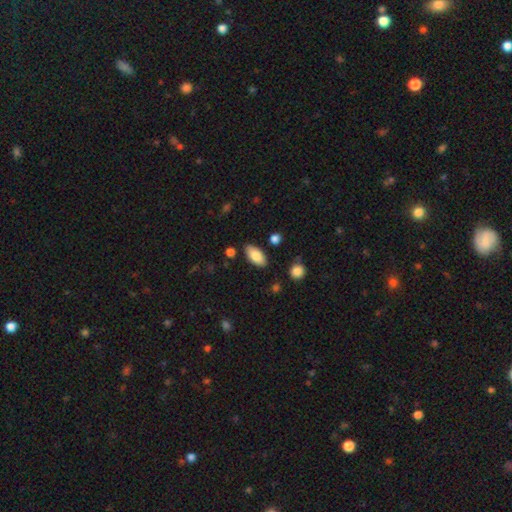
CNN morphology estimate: Smooth or featured? smooth (84%)
How rounded? in between (92%)
Merging? none (84%)